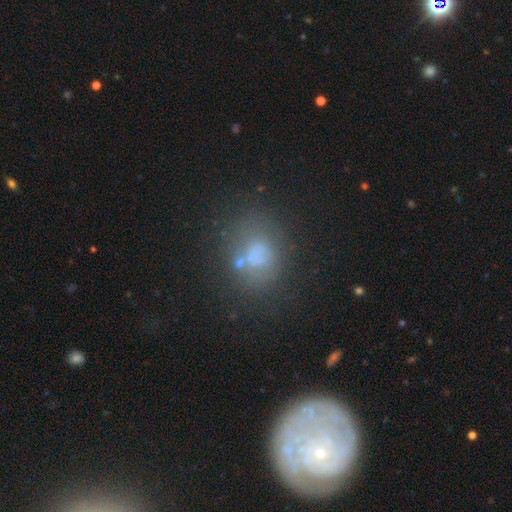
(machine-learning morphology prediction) smooth 60%, featured or disk 21%, star or artifact 19%. Down the decision tree: how rounded — round (54%); merging — none (60%).